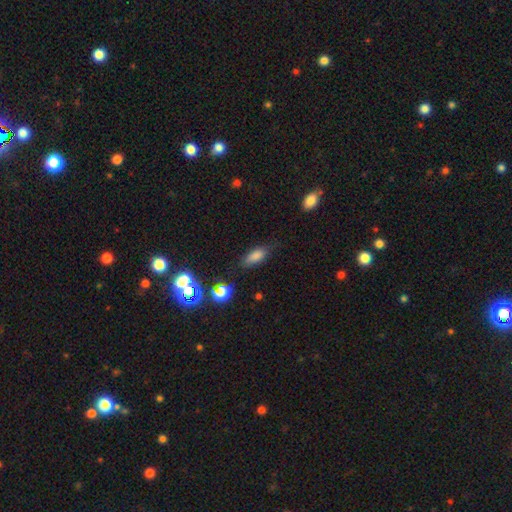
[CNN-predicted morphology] The model was most divided on "how rounded": in between: 75%, cigar-shaped: 20%, round: 5%. More confident: smooth or featured — smooth (76%); merging — none (75%).